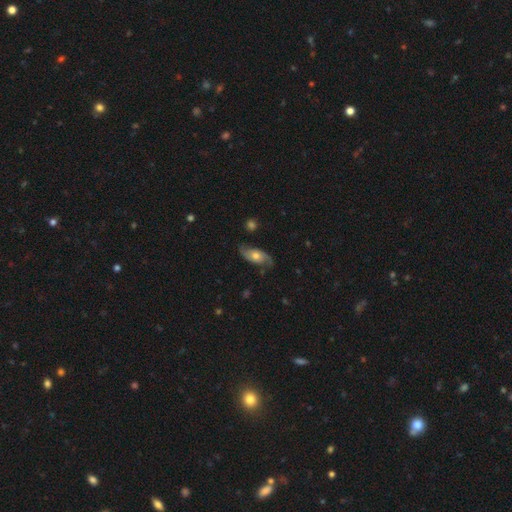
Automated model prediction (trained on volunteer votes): A featured or disk galaxy (64%) with no bar (76%), 2 (87%) loose (46%) spiral arms (87%) and a moderate central bulge (63%). Merging: none (75%).